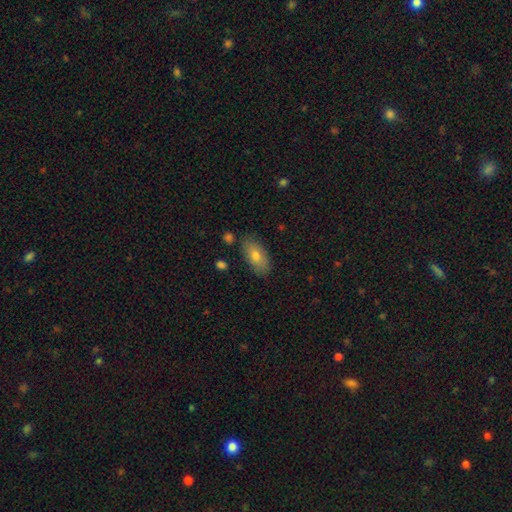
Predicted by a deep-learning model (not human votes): Q: Smooth or featured?
A: smooth (74%); runner-up: featured or disk (19%)
Q: How rounded?
A: in between (90%); runner-up: cigar-shaped (6%)
Q: Merging?
A: none (83%); runner-up: minor disturbance (12%)